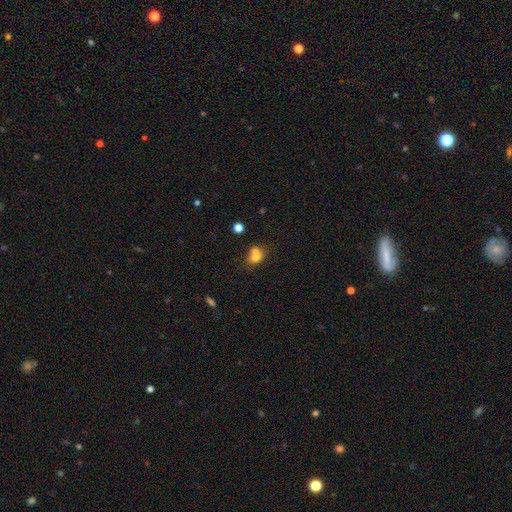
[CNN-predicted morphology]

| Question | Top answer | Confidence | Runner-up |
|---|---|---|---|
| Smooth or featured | smooth | 69% | featured or disk (19%) |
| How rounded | round | 62% | in between (37%) |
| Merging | merger | 60% | none (28%) |